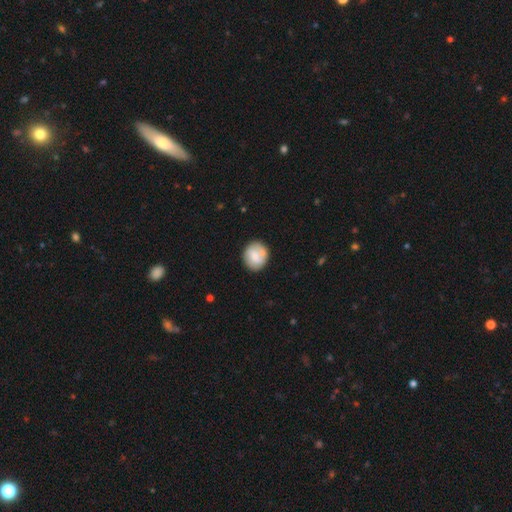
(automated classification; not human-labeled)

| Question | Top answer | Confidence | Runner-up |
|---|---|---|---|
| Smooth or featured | smooth | 65% | featured or disk (29%) |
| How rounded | round | 81% | in between (18%) |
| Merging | none | 71% | minor disturbance (16%) |